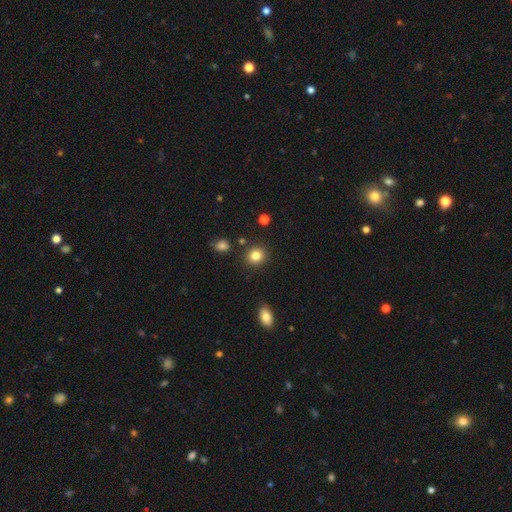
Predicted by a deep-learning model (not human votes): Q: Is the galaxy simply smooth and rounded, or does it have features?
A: smooth — 84%.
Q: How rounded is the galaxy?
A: round — 82%.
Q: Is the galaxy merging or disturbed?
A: none — 88%.